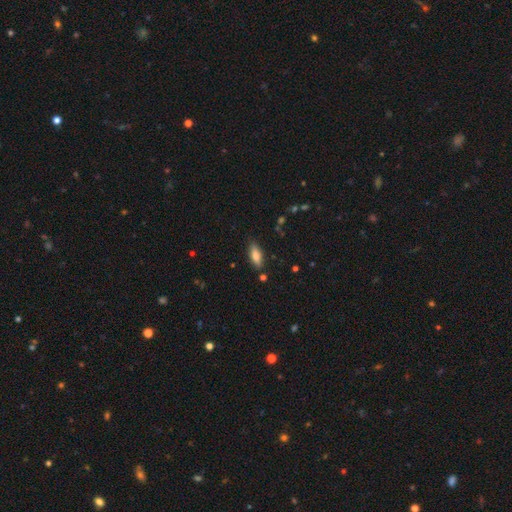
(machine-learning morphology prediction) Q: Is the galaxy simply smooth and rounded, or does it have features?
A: smooth — 75%.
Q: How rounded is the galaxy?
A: in between — 67%.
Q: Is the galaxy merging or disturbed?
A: none — 83%.